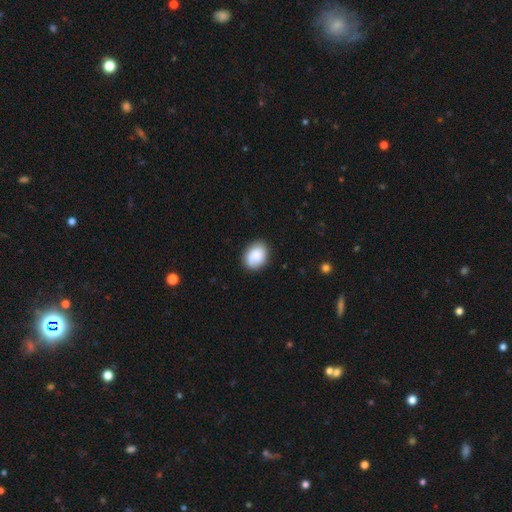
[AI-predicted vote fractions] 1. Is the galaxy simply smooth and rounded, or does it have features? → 76% smooth, 16% featured or disk, 7% star or artifact.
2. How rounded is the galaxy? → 62% in between, 37% round, 1% cigar-shaped.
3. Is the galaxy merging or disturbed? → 79% none, 15% minor disturbance, 4% major disturbance, 1% merger.